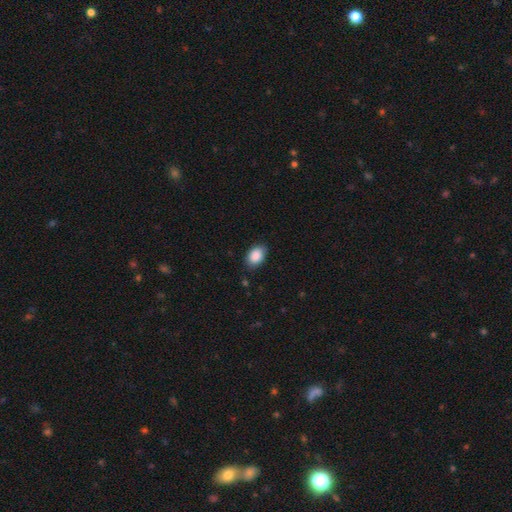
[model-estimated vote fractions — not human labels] smooth_or_featured: smooth (p=0.89) [alt: star or artifact p=0.07]
how_rounded: in between (p=0.82) [alt: round p=0.16]
merging: none (p=0.80) [alt: minor disturbance p=0.16]